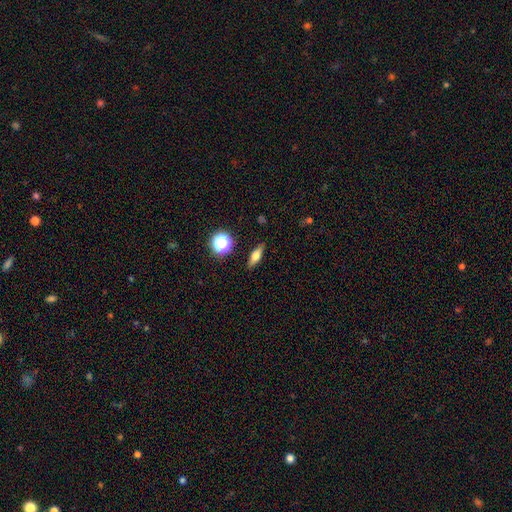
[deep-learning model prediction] Q: Smooth or featured?
A: smooth (56%); runner-up: featured or disk (33%)
Q: How rounded?
A: in between (52%); runner-up: cigar-shaped (36%)
Q: Merging?
A: none (88%); runner-up: minor disturbance (9%)